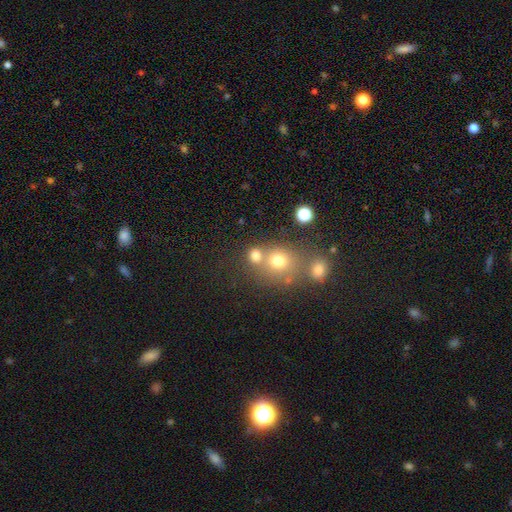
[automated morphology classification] smooth_or_featured: smooth (p=0.73) [alt: star or artifact p=0.17]
how_rounded: round (p=0.80) [alt: in between p=0.19]
merging: none (p=0.55) [alt: merger p=0.33]